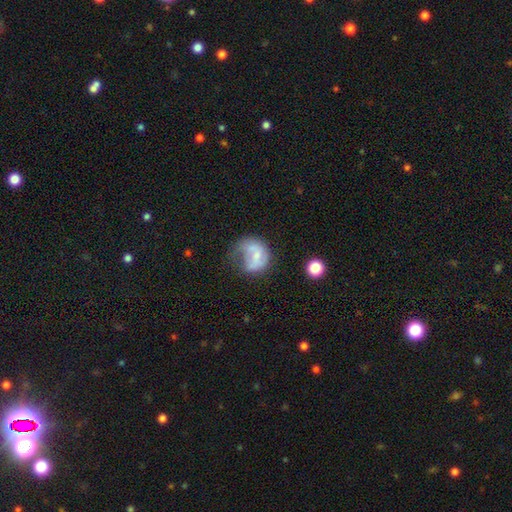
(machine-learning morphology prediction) smooth-or-featured: smooth: 50% | featured or disk: 41% | star or artifact: 9%
  merging: major disturbance: 43% | none: 25% | minor disturbance: 25% | merger: 7%